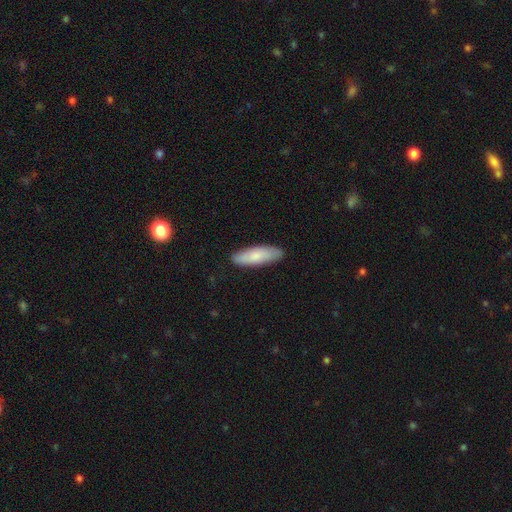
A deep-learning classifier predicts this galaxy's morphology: Q: Smooth or featured?
A: smooth (79%); runner-up: featured or disk (16%)
Q: How rounded?
A: in between (53%); runner-up: cigar-shaped (45%)
Q: Merging?
A: none (87%); runner-up: minor disturbance (10%)